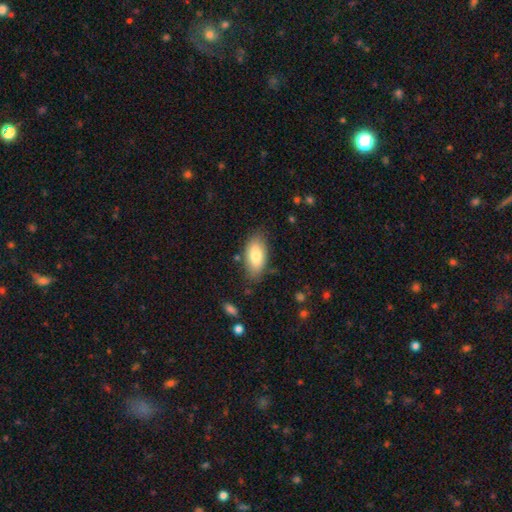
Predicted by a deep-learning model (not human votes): Overall: smooth (79%). How rounded: in between (91%). Merging: none (78%).